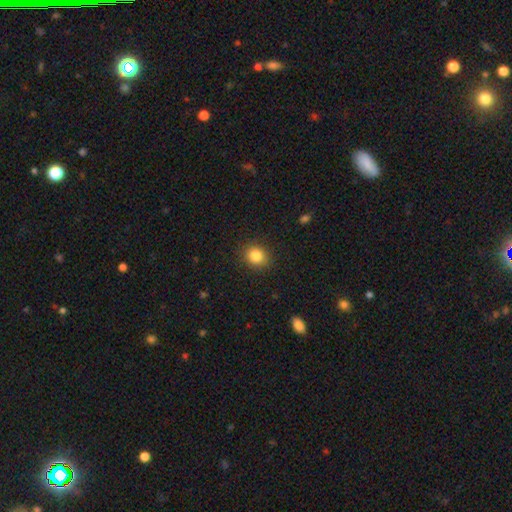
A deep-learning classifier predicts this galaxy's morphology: This appears to be a smooth galaxy with no disk features (85%) that is round (72%). Merging: none (88%).